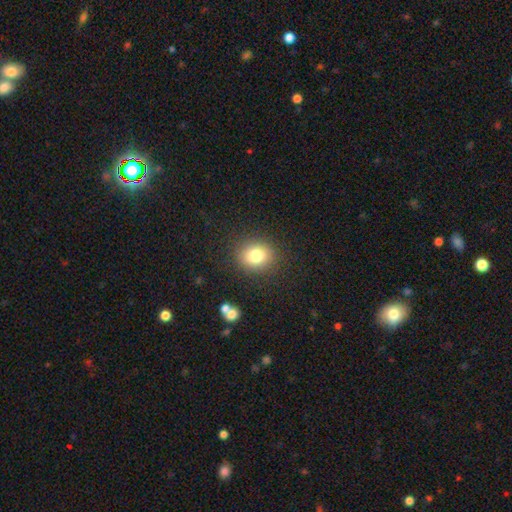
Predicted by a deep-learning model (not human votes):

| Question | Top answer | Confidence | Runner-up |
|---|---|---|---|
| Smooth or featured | smooth | 79% | star or artifact (11%) |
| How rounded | round | 68% | in between (31%) |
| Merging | none | 87% | minor disturbance (8%) |